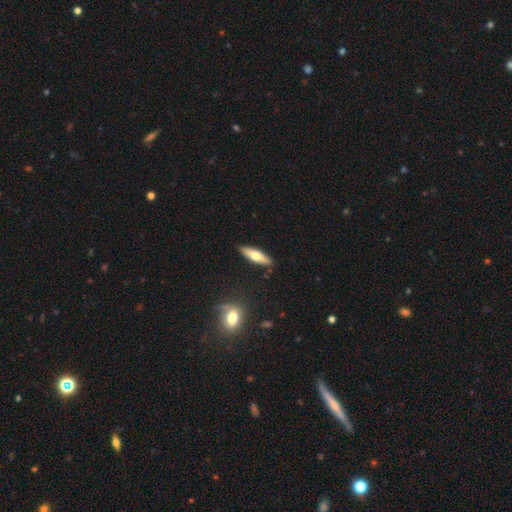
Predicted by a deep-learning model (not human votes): Smooth or featured? smooth (57%)
How rounded? cigar-shaped (65%)
Merging? none (88%)